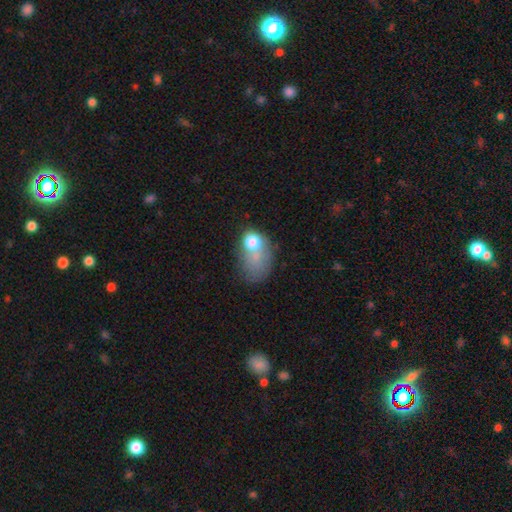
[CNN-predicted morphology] The model was most divided on "merging": major disturbance: 33%, merger: 24%, none: 24%, minor disturbance: 19%. More confident: how rounded — in between (68%); smooth or featured — smooth (63%).